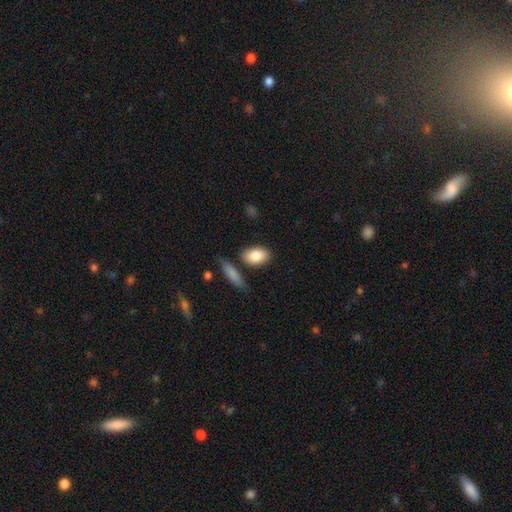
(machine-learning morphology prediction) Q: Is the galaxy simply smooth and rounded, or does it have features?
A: smooth — 86%.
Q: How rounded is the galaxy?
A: in between — 86%.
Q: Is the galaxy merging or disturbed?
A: none — 76%.